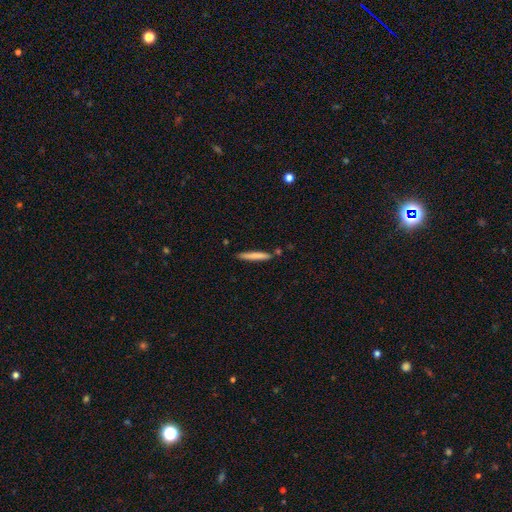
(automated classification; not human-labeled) A smooth galaxy with no disk features (76%) that is cigar-shaped (95%). Merging: none (83%).